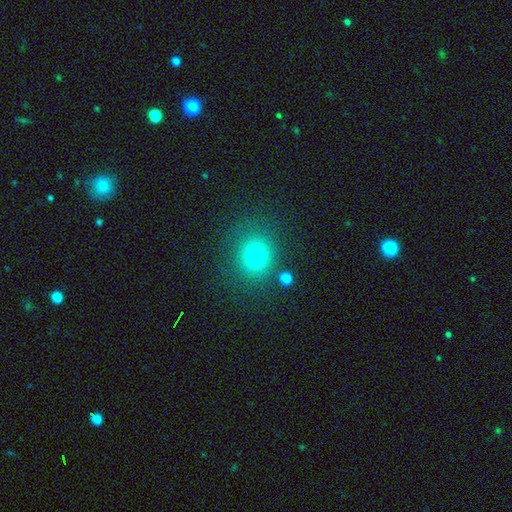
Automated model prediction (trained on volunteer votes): Smooth or featured?
  - smooth: 74% *
  - star or artifact: 17%
  - featured or disk: 9%
How rounded?
  - round: 84% *
  - in between: 15%
  - cigar-shaped: 1%
Merging?
  - none: 82% *
  - minor disturbance: 10%
  - major disturbance: 5%
  - merger: 3%